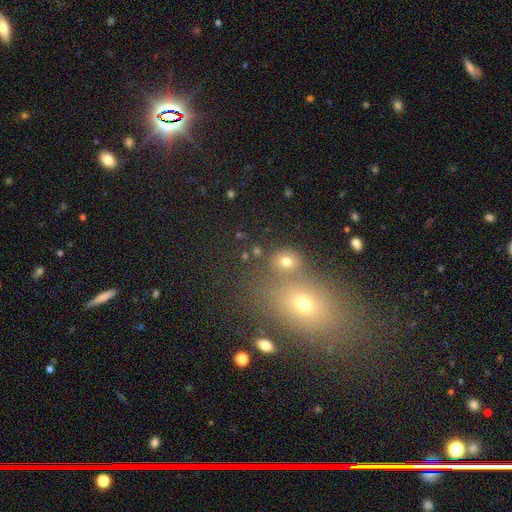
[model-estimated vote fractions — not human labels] This appears to be a smooth galaxy with no disk features (49%). Merging: none (64%).